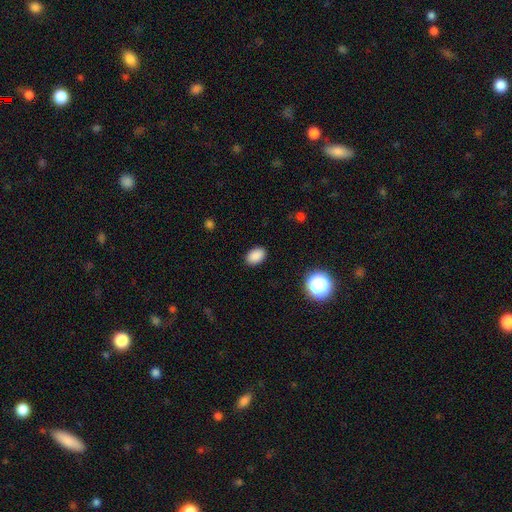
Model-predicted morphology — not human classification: Smooth or featured? Predicted: smooth (p=0.87). How rounded? Predicted: in between (p=0.84). Merging? Predicted: none (p=0.89).